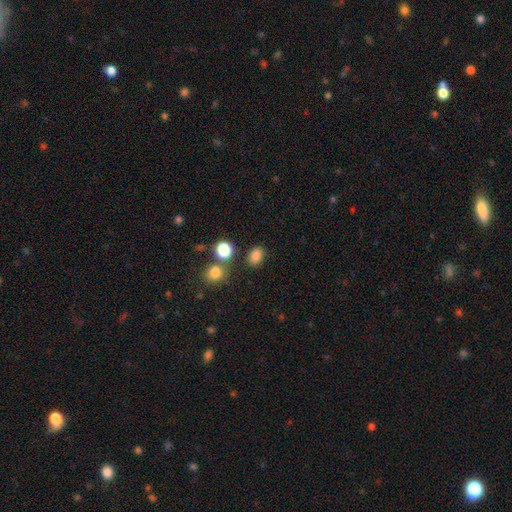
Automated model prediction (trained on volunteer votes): Overall: smooth (82%). How rounded: in between (69%; round 30%). Merging: none (81%).